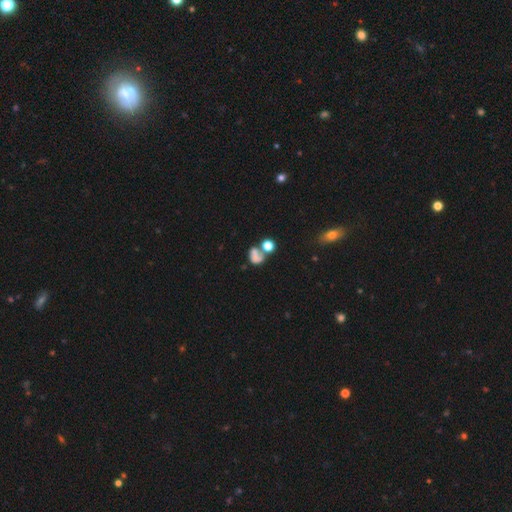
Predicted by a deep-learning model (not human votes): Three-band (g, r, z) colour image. It shows a smooth galaxy with no disk features (59%) that is in between round and cigar-shaped (57%). Merging: merger (42%).